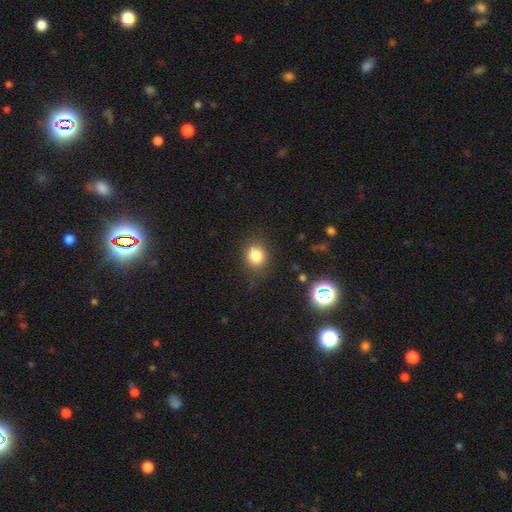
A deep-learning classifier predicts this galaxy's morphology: This appears to be a smooth galaxy with no disk features (82%) that is round (77%). Merging: none (84%).